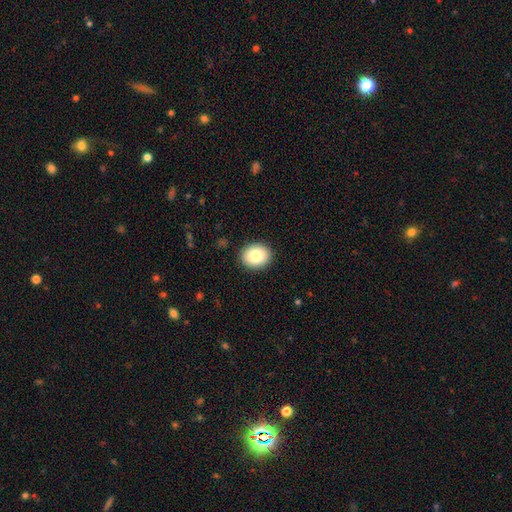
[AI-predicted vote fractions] Smooth or featured? smooth (84%)
How rounded? round (51%)
Merging? none (90%)